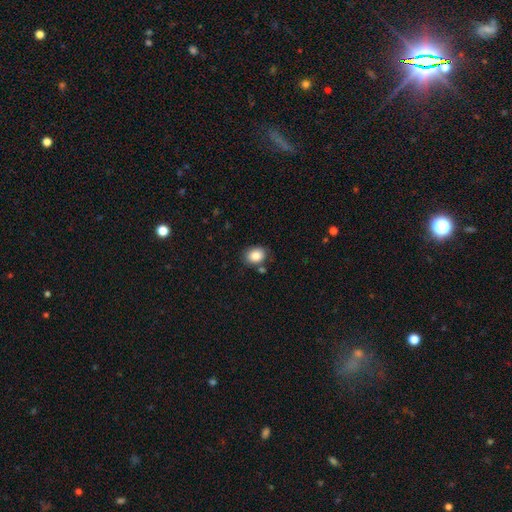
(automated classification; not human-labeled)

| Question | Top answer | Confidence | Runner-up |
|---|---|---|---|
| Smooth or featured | smooth | 86% | star or artifact (8%) |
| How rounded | in between | 53% | round (46%) |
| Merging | none | 78% | minor disturbance (13%) |